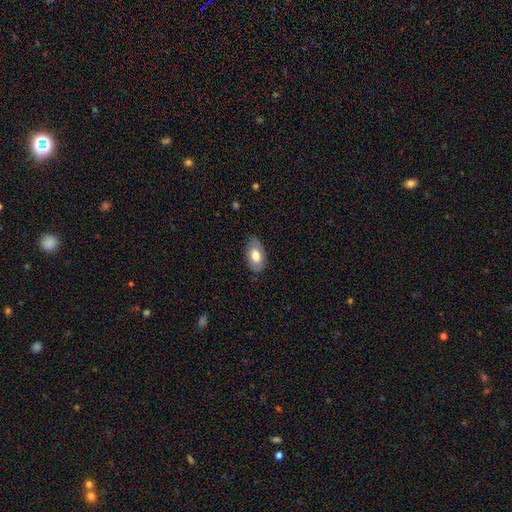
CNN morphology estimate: A smooth galaxy with no disk features (71%) that is in between round and cigar-shaped (93%).

Vote fractions:
- Smooth or featured? smooth: 71% / featured or disk: 22% / star or artifact: 6%
- How rounded? in between: 93% / round: 5% / cigar-shaped: 2%
- Merging? none: 80% / minor disturbance: 16% / major disturbance: 3% / merger: 1%